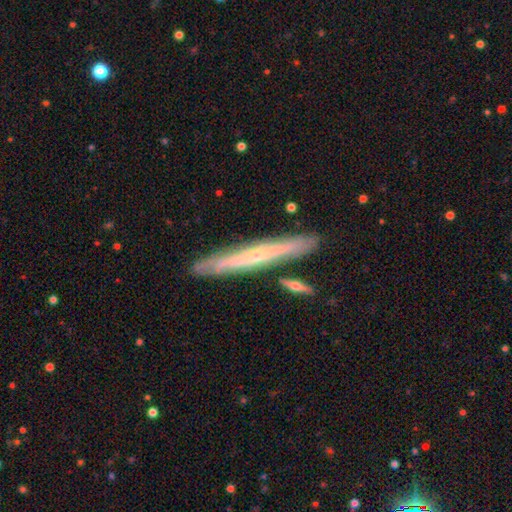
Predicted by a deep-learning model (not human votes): smooth-or-featured: featured or disk: 72% | smooth: 22% | star or artifact: 6%
  disk-edge-on: yes: 89% | no: 11%
    edge-on-bulge: rounded: 59% | none: 38% | boxy: 3%
  merging: none: 84% | minor disturbance: 10% | merger: 4% | major disturbance: 2%